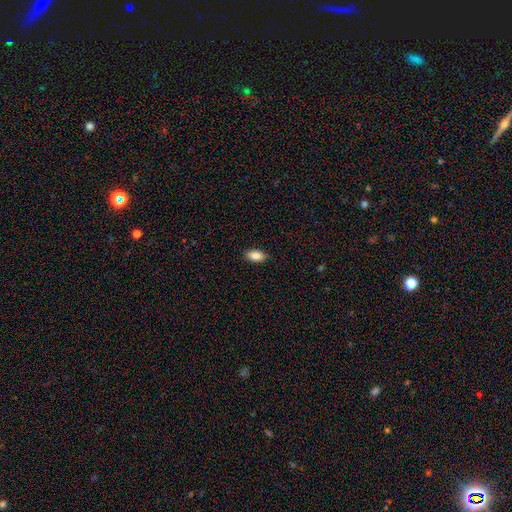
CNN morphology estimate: smooth-or-featured: smooth: 88% | star or artifact: 7% | featured or disk: 5%
  how-rounded: in between: 92% | cigar-shaped: 5% | round: 3%
  merging: none: 88% | minor disturbance: 9% | major disturbance: 2% | merger: 1%